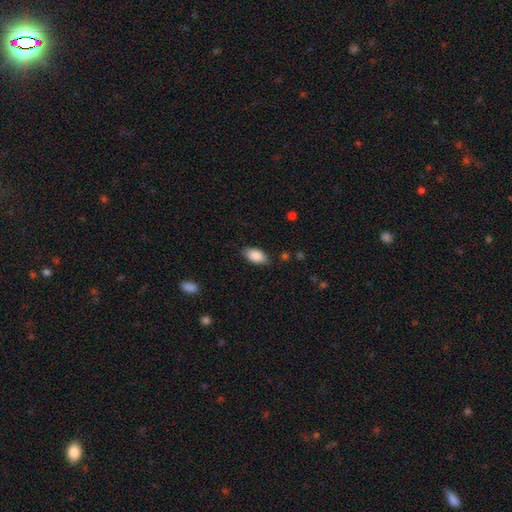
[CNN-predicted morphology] type=smooth (88%); roundness=in between (93%); merging=none (84%).